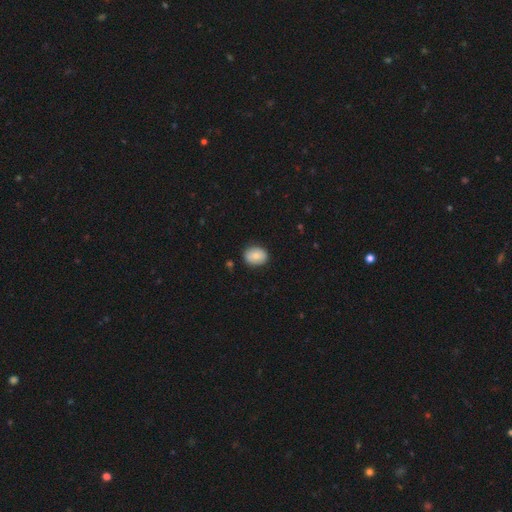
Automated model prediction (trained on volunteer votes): Smooth or featured: smooth — 78% (featured or disk — 15%)
How rounded: in between — 55% (round — 44%)
Merging: none — 85% (minor disturbance — 12%)